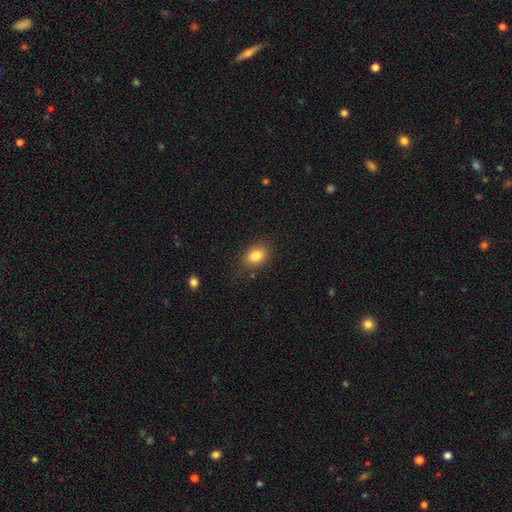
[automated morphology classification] Smooth or featured? smooth (83%)
How rounded? in between (69%)
Merging? none (79%)